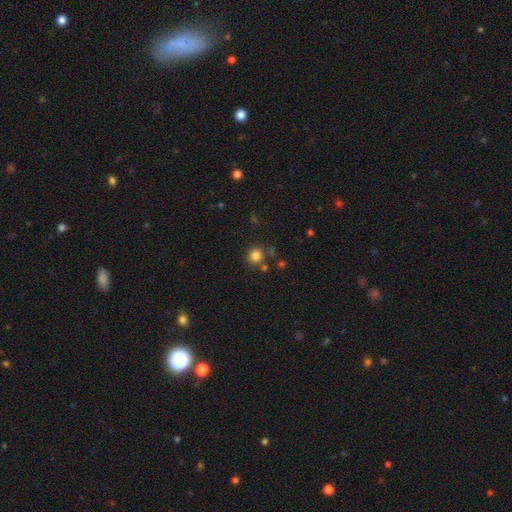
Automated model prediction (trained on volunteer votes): The model was most divided on "smooth or featured": smooth: 82%, star or artifact: 13%, featured or disk: 5%. More confident: how rounded — round (88%); merging — none (78%).